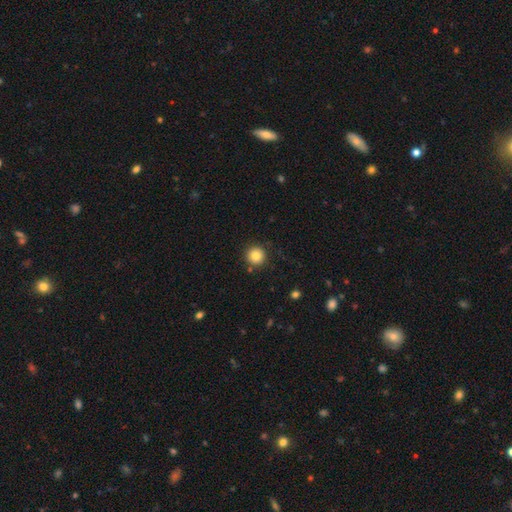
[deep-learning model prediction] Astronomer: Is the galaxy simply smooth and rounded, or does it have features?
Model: smooth — 83%.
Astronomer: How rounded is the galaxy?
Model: round — 95%.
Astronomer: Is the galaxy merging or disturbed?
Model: none — 89%.